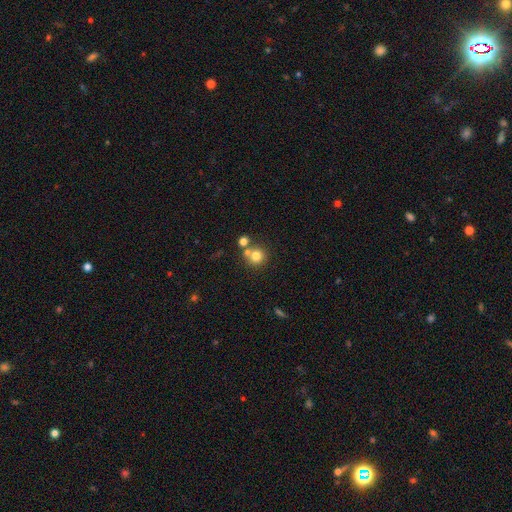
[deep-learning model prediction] This appears to be a smooth galaxy with no disk features (76%) that is round (91%). Merging: none (60%).